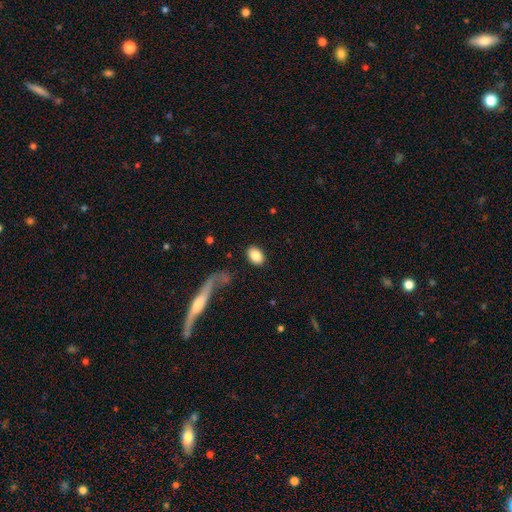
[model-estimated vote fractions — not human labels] Smooth or featured? Predicted: smooth (p=0.85). How rounded? Predicted: in between (p=0.82). Merging? Predicted: none (p=0.85).